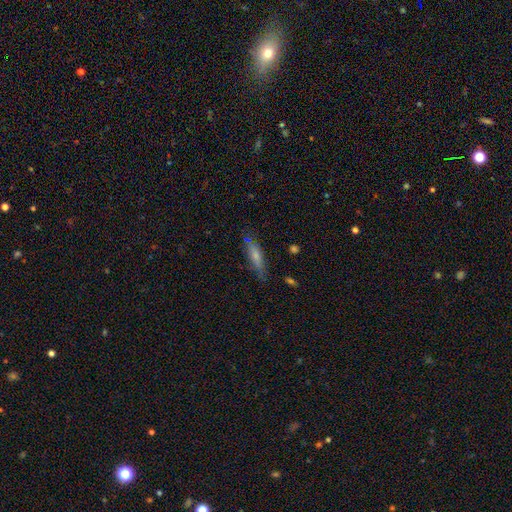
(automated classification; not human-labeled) The model was most divided on "how rounded": cigar-shaped: 64%, in between: 34%, round: 2%. More confident: smooth or featured — smooth (65%); merging — none (65%).